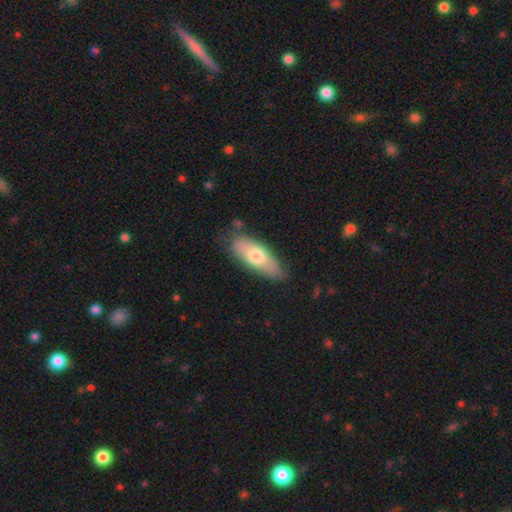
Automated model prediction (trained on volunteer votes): smooth 66%, featured or disk 28%, star or artifact 6%. Down the decision tree: how rounded — in between (72%); merging — none (78%).